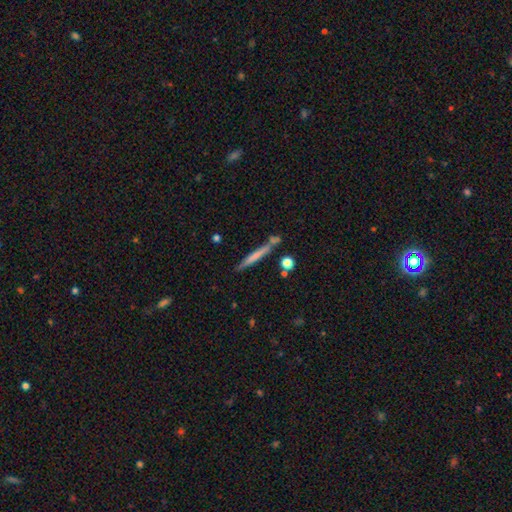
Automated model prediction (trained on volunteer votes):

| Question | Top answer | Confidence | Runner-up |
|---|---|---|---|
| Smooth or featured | smooth | 57% | featured or disk (37%) |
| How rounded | cigar-shaped | 95% | in between (3%) |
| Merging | none | 76% | minor disturbance (13%) |